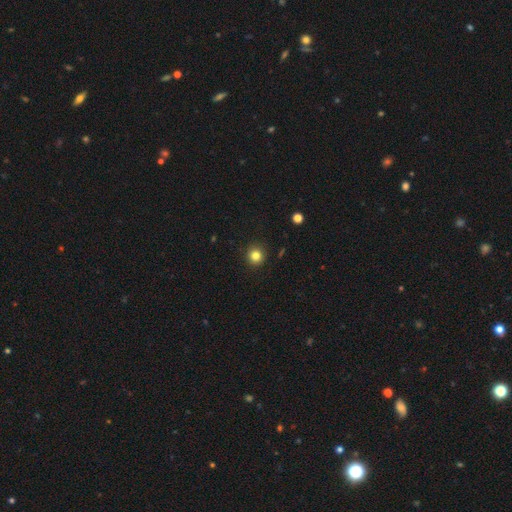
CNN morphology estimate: Q: Smooth or featured?
A: smooth (82%); runner-up: star or artifact (12%)
Q: How rounded?
A: round (95%); runner-up: in between (4%)
Q: Merging?
A: none (92%); runner-up: minor disturbance (5%)